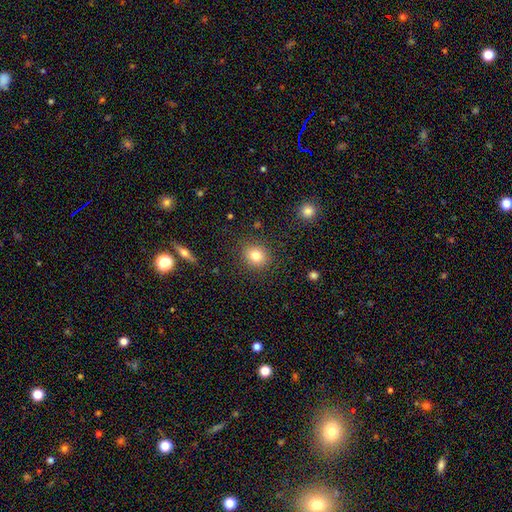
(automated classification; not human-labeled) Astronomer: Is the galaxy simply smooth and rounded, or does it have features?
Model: smooth — 80%.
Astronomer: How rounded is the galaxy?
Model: round — 80%.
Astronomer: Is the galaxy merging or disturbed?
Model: none — 88%.